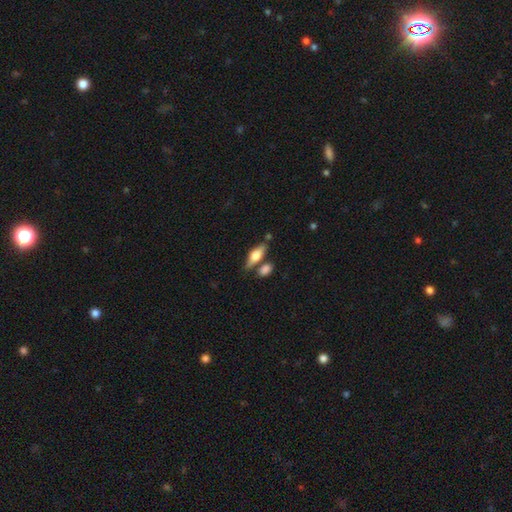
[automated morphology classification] smooth 57%, featured or disk 36%, star or artifact 7%. Down the decision tree: how rounded — in between (65%); merging — none (67%).